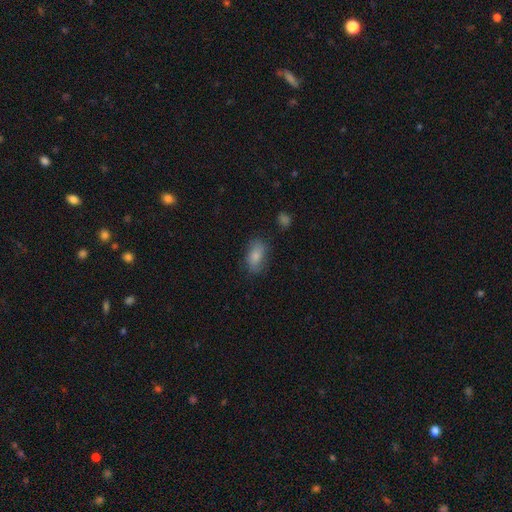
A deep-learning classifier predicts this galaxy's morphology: smooth-or-featured: smooth: 82% | featured or disk: 11% | star or artifact: 8%
  how-rounded: in between: 90% | round: 6% | cigar-shaped: 4%
  merging: none: 73% | minor disturbance: 19% | major disturbance: 6% | merger: 2%